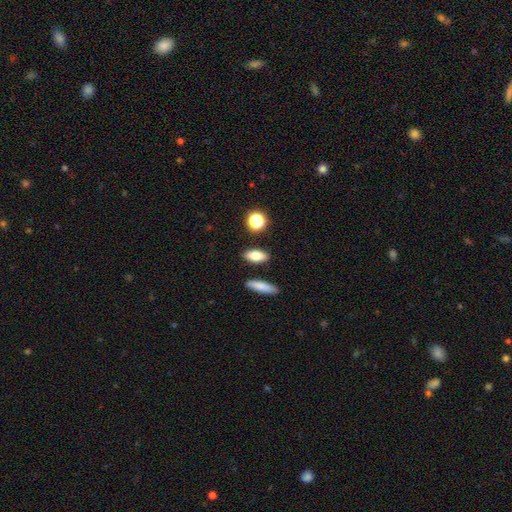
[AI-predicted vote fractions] A smooth galaxy with no disk features (78%) that is in between round and cigar-shaped (75%). Merging: none (87%).